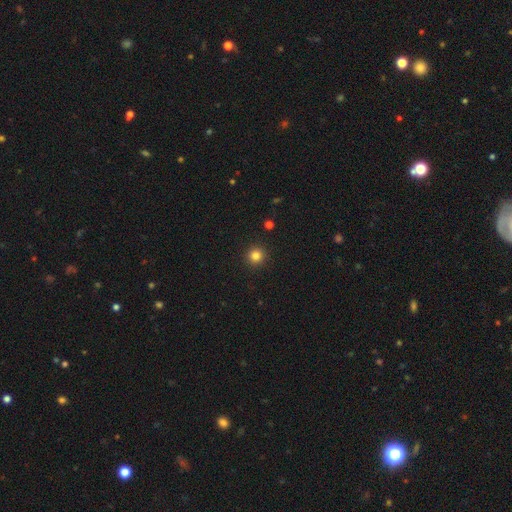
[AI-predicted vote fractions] Morphology: type=smooth (83%); roundness=round (95%); merging=none (93%).